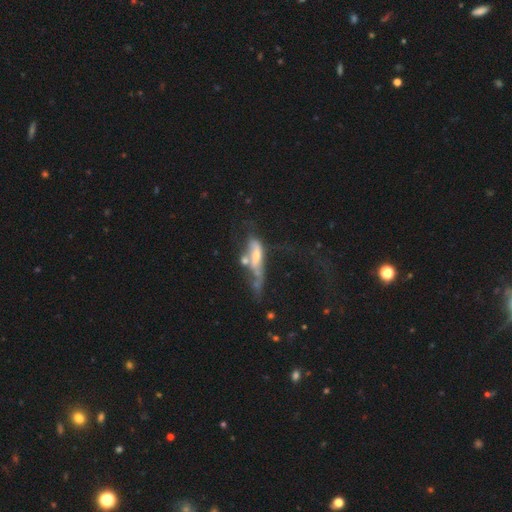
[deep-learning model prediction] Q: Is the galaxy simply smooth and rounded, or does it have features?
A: featured or disk — 58%.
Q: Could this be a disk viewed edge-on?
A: no — 66%.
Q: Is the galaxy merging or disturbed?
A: major disturbance — 37%.